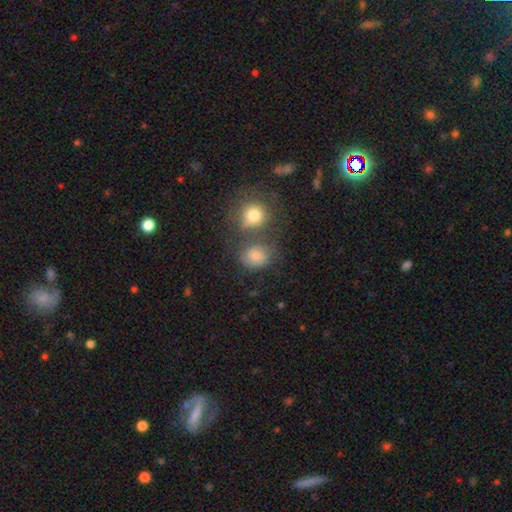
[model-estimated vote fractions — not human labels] This is likely a smooth galaxy (68%). How rounded: likely round (65%). Merging: possibly none (54%).